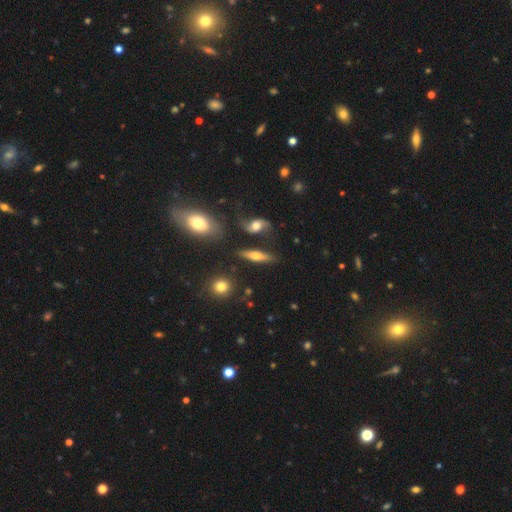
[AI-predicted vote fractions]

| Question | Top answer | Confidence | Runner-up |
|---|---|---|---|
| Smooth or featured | featured or disk | 48% | smooth (44%) |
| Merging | none | 73% | minor disturbance (15%) |